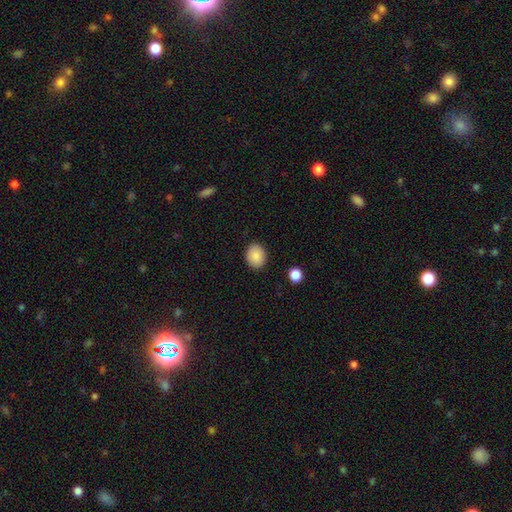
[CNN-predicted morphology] A smooth galaxy with no disk features (88%) that is in between round and cigar-shaped (50%). Merging: none (89%).